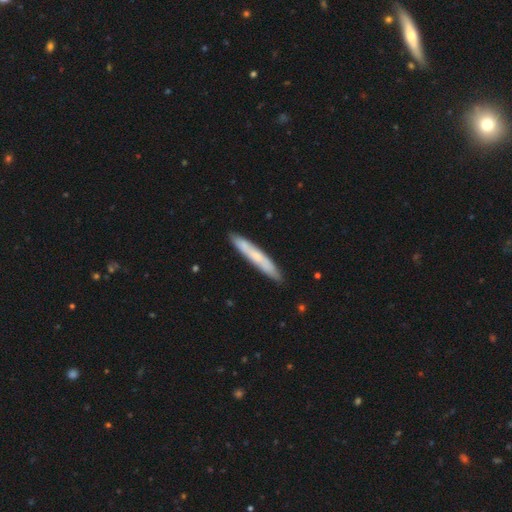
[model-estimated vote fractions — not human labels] Smooth or featured? smooth (57%)
How rounded? cigar-shaped (95%)
Merging? none (85%)